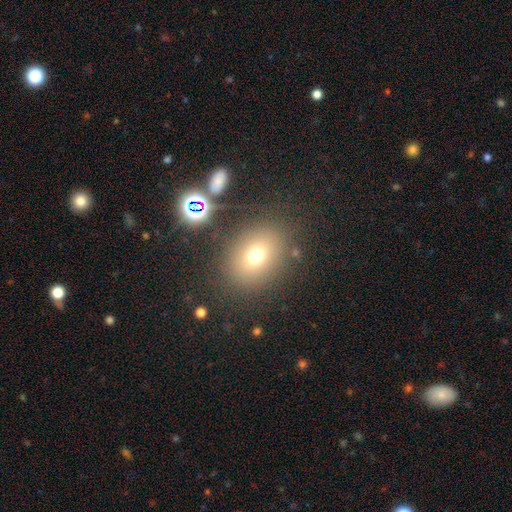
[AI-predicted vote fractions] Overall: smooth (70%). How rounded: in between (51%; round 48%). Merging: none (81%).